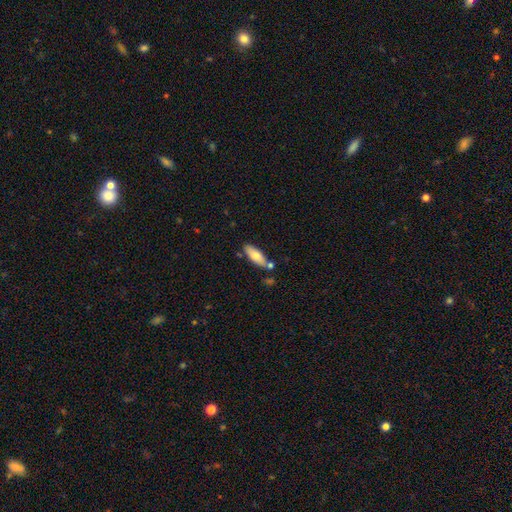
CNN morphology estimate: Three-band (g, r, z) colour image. It shows a smooth galaxy with no disk features (73%) that is in between round and cigar-shaped (67%). Merging: none (70%).